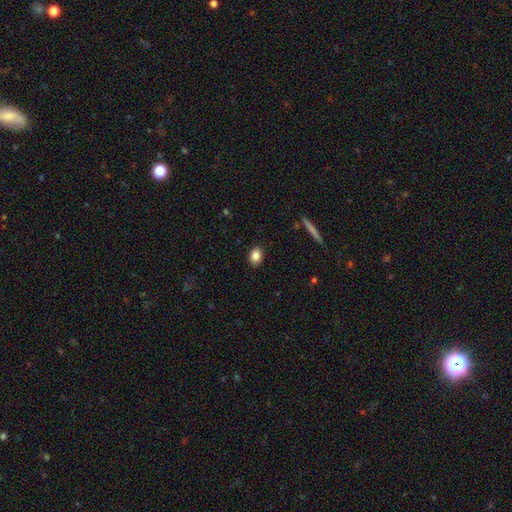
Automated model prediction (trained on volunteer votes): Smooth or featured? smooth (85%)
How rounded? in between (69%)
Merging? none (90%)